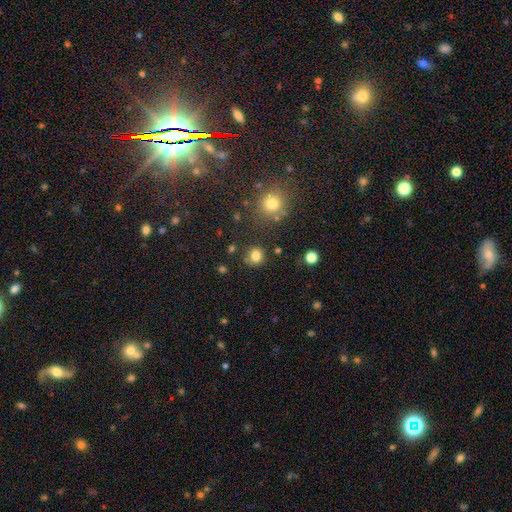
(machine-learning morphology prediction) smooth_or_featured: smooth (p=0.81) [alt: star or artifact p=0.14]
how_rounded: round (p=0.86) [alt: in between p=0.13]
merging: none (p=0.81) [alt: minor disturbance p=0.11]